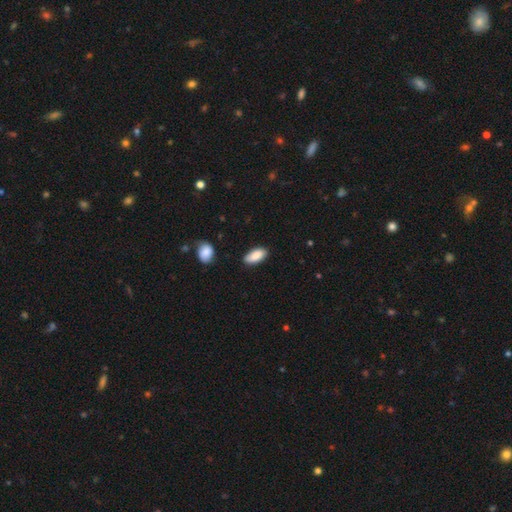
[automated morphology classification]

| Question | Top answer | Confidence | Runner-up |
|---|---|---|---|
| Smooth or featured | smooth | 86% | featured or disk (7%) |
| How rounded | in between | 90% | cigar-shaped (8%) |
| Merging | none | 77% | minor disturbance (18%) |